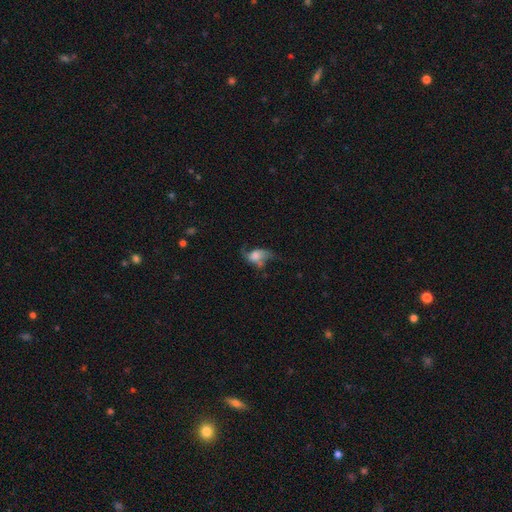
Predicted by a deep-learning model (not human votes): A featured or disk galaxy (47%). Merging: major disturbance (38%).